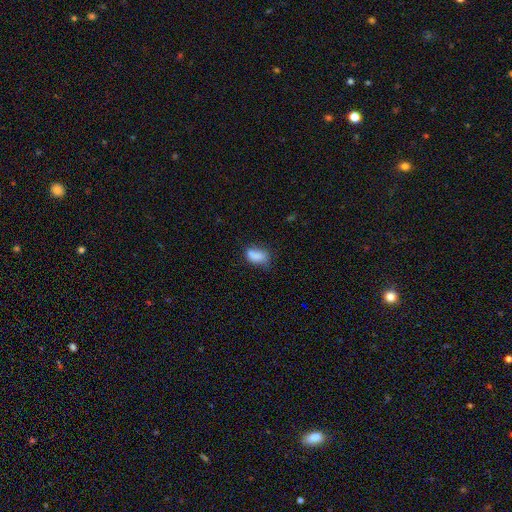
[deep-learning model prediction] Smooth or featured? smooth (81%)
How rounded? in between (87%)
Merging? none (48%)